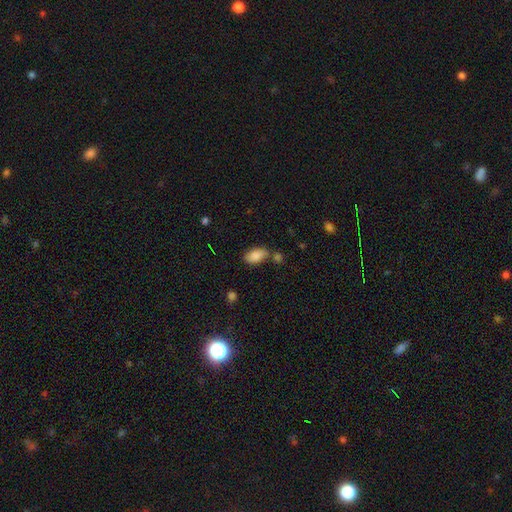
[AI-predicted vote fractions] A smooth galaxy with no disk features (85%) that is in between round and cigar-shaped (92%).

Vote fractions:
- Smooth or featured? smooth: 85% / star or artifact: 8% / featured or disk: 7%
- How rounded? in between: 92% / round: 4% / cigar-shaped: 4%
- Merging? none: 62% / minor disturbance: 19% / merger: 13% / major disturbance: 5%